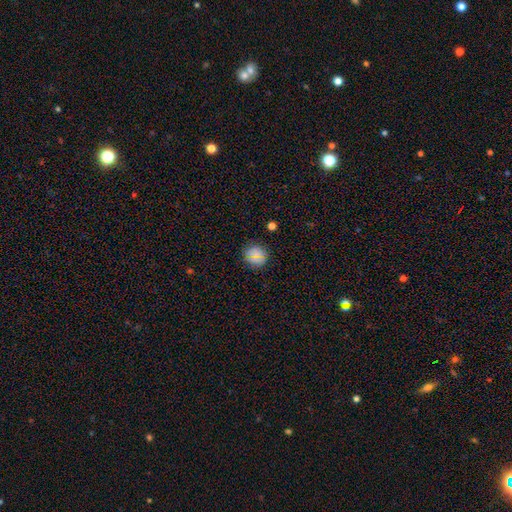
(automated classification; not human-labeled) Smooth or featured? smooth (78%)
How rounded? round (87%)
Merging? none (86%)